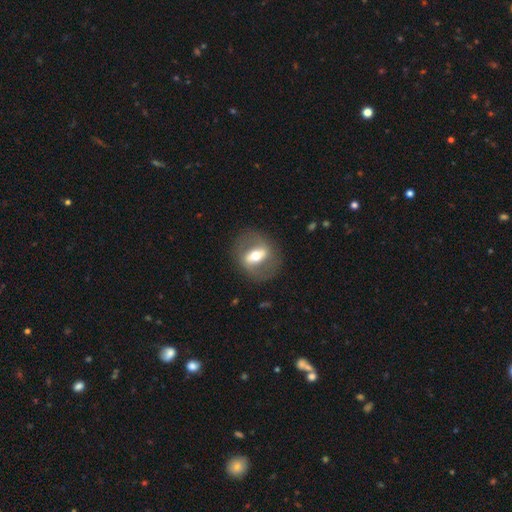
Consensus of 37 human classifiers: A featured or disk galaxy (76%) with a strong bar (48%), 2 (83%) medium (50%) spiral arms (52%) and a moderate central bulge (70%).

Vote fractions:
- Smooth or featured? featured or disk: 76% / smooth: 22% / star or artifact: 3%
- Edge-on disk? no: 82% / yes: 18%
- Bar? strong: 48% / weak: 39% / no: 13%
- Spiral arms? yes: 52% / no: 48%
- Spiral winding? medium: 50% / loose: 42% / tight: 8%
- Spiral arm count? 2: 83% / can't tell: 17% / 1: 0% / 3: 0% / 4: 0% / more than 4: 0%
- Bulge size? moderate: 70% / large: 22% / small: 9% / dominant: 0% / none: 0%
- Merging? none: 89% / minor disturbance: 8% / major disturbance: 3% / merger: 0%